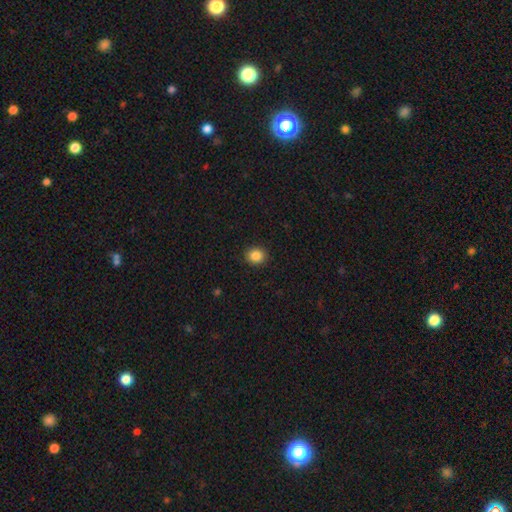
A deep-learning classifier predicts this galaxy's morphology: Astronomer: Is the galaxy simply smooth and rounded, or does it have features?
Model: smooth — 86%.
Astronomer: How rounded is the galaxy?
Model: round — 77%.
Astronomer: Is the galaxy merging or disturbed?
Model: none — 91%.